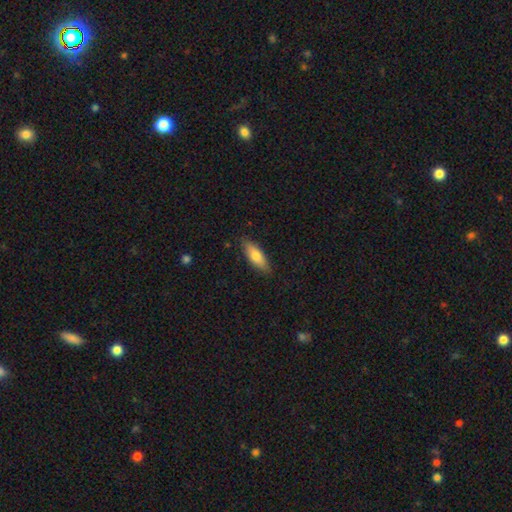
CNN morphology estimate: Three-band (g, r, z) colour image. It shows a smooth galaxy with no disk features (72%) that is in between round and cigar-shaped (61%). Merging: none (85%).